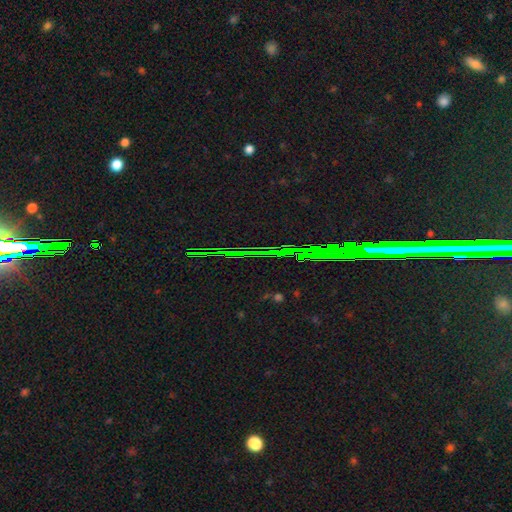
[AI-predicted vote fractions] smooth_or_featured: star or artifact (p=0.85) [alt: featured or disk p=0.08]